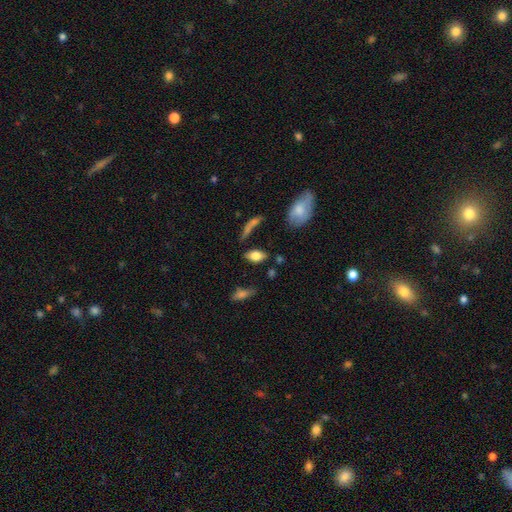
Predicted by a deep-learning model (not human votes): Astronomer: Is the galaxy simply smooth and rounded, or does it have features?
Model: smooth — 74%.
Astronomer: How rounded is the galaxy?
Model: in between — 87%.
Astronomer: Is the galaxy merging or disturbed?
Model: none — 71%.